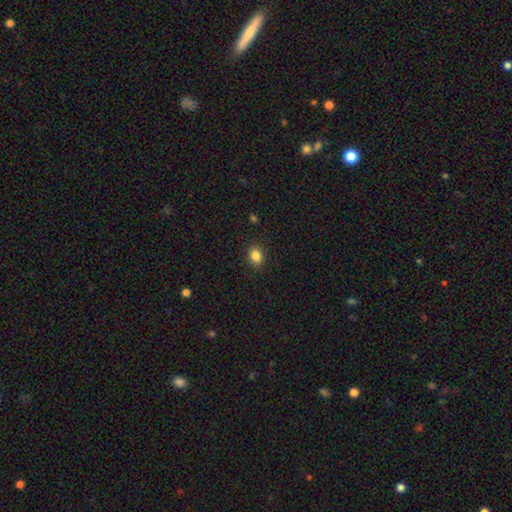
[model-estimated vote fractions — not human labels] Overall: smooth (86%). How rounded: in between (58%; round 41%). Merging: none (89%).